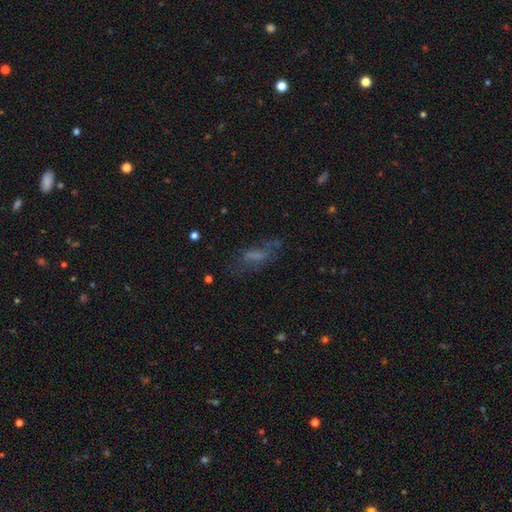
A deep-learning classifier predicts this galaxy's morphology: Smooth or featured: smooth — 42% (featured or disk — 38%)
Merging: none — 52% (major disturbance — 23%)